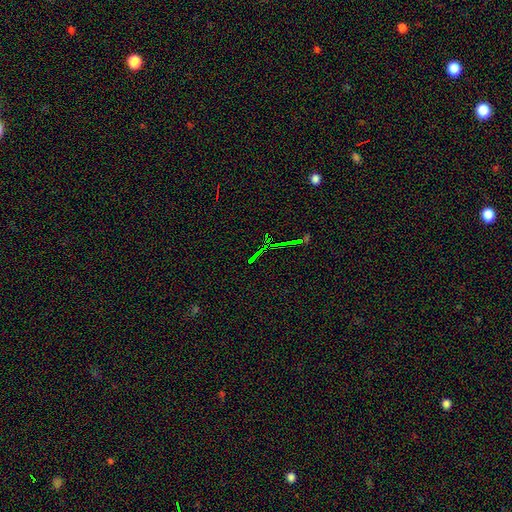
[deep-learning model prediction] Smooth or featured: star or artifact — 74% (featured or disk — 13%)